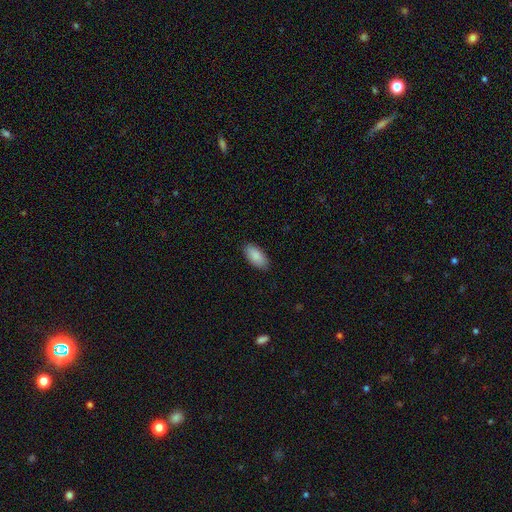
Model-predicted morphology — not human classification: The model was most divided on "merging": none: 87%, minor disturbance: 10%, major disturbance: 2%, merger: 1%. More confident: how rounded — in between (94%); smooth or featured — smooth (88%).